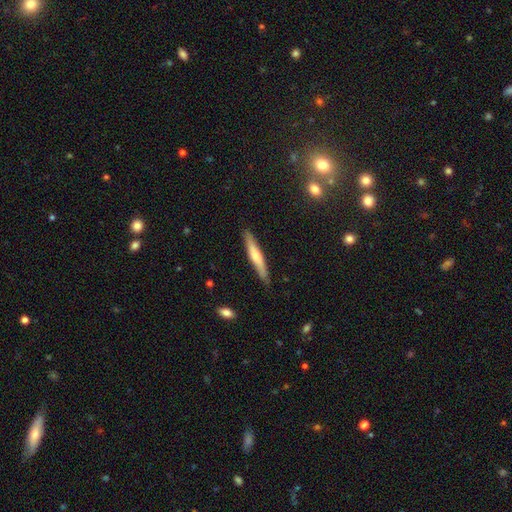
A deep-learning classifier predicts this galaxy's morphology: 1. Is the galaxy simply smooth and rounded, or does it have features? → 54% smooth, 40% featured or disk, 5% star or artifact.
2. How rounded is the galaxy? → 93% cigar-shaped, 6% in between, 1% round.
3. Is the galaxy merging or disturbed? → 84% none, 12% minor disturbance, 2% major disturbance, 1% merger.